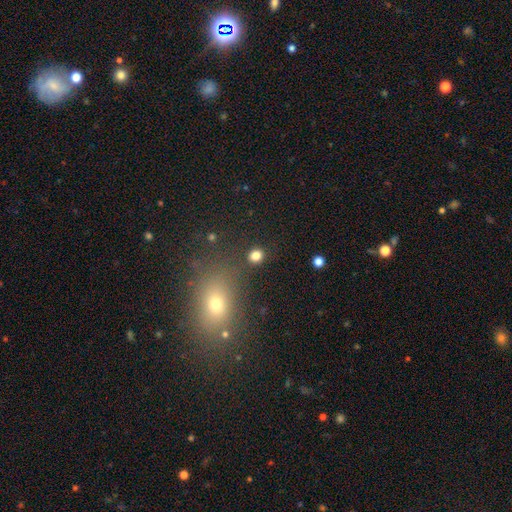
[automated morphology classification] type=smooth (82%); roundness=round (77%); merging=none (86%).